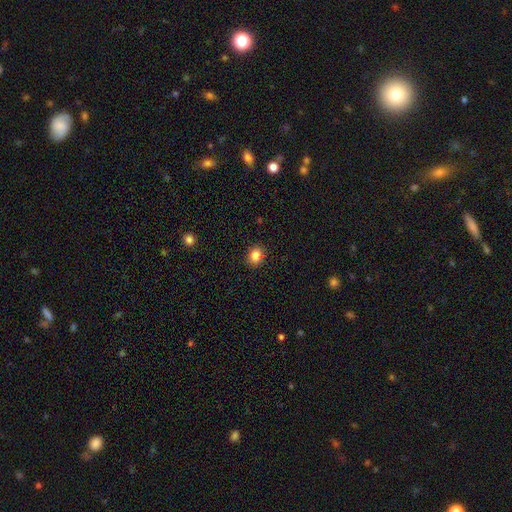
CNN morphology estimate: Q: Smooth or featured?
A: smooth (84%); runner-up: star or artifact (11%)
Q: How rounded?
A: round (65%); runner-up: in between (34%)
Q: Merging?
A: none (89%); runner-up: minor disturbance (8%)